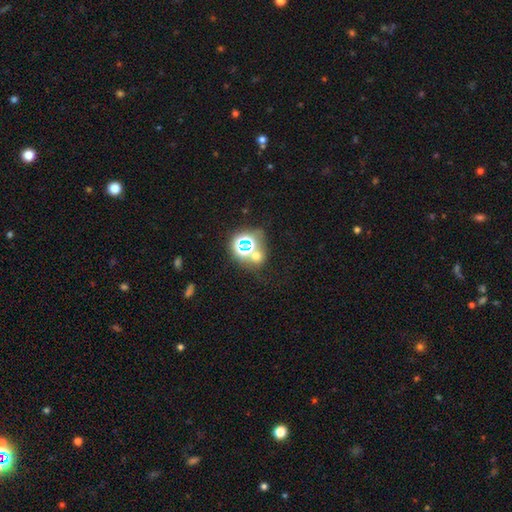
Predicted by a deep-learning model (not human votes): Overall: star or artifact (50%; smooth 40%).